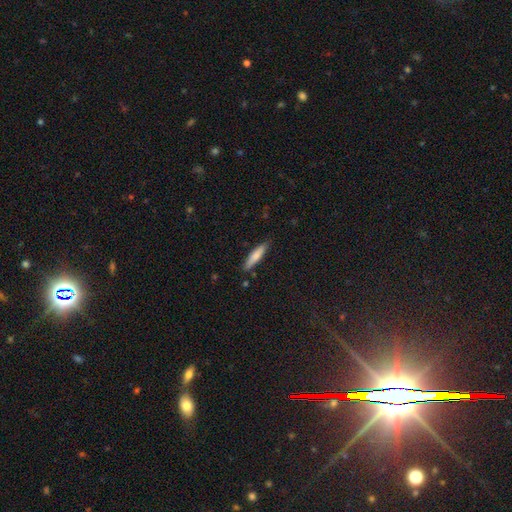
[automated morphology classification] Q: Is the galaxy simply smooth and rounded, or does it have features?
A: smooth — 72%.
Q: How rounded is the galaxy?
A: cigar-shaped — 84%.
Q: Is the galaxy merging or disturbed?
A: none — 85%.